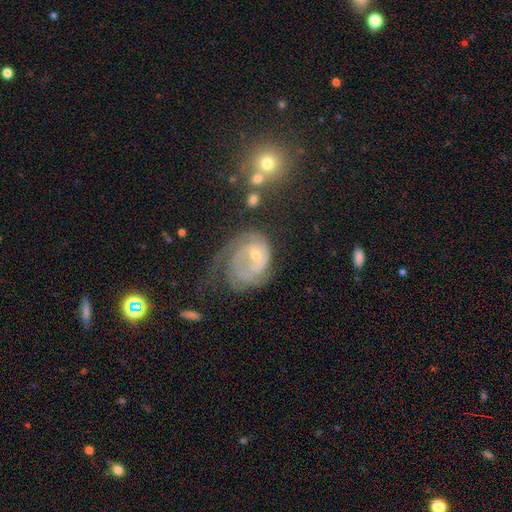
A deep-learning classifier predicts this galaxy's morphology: Overall: featured or disk (81%). Edge-on disk: no (97%). Bar: no (57%; weak 35%). Spiral arms: yes (91%). Spiral arm count: 2 (34%; can't tell 27%). Spiral winding: tight (52%; medium 34%). Bulge size: small (61%; moderate 35%). Merging: major disturbance (36%; none 34%).